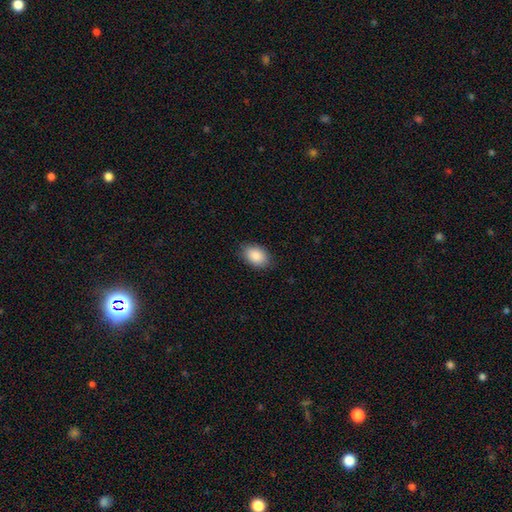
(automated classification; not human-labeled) Smooth or featured? smooth (89%)
How rounded? in between (87%)
Merging? none (85%)